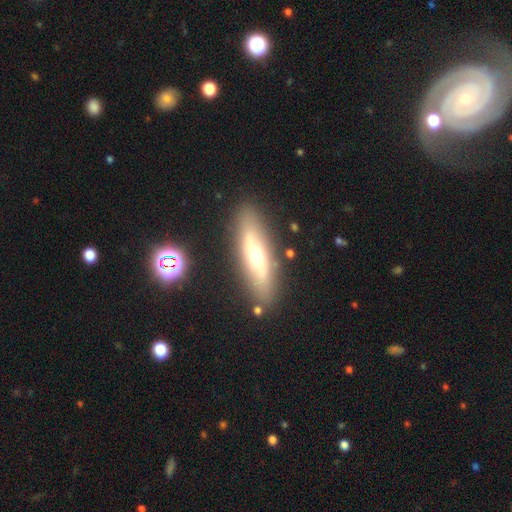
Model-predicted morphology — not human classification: smooth_or_featured: featured or disk (p=0.51) [alt: smooth p=0.39]
disk_edge_on: yes (p=0.65) [alt: no p=0.35]
merging: none (p=0.84) [alt: minor disturbance p=0.10]